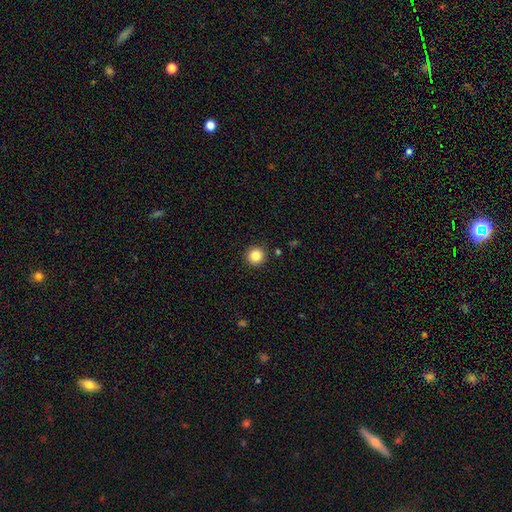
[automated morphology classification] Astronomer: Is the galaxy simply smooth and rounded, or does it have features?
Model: smooth — 86%.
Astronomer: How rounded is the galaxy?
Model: round — 95%.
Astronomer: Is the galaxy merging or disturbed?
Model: none — 91%.